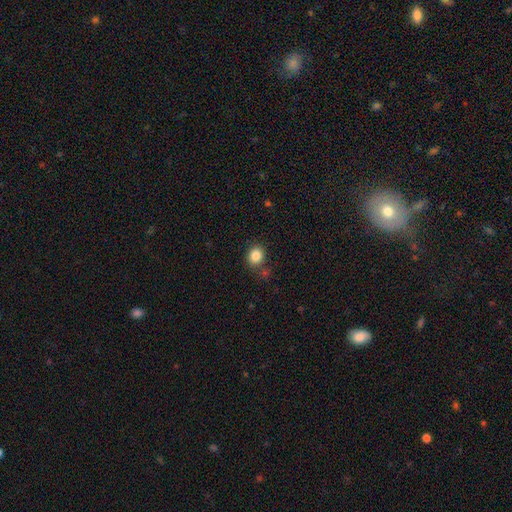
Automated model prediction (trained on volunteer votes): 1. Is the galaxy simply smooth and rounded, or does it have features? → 85% smooth, 10% star or artifact, 5% featured or disk.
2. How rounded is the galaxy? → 65% round, 34% in between, 1% cigar-shaped.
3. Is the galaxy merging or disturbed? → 77% none, 13% minor disturbance, 6% merger, 4% major disturbance.